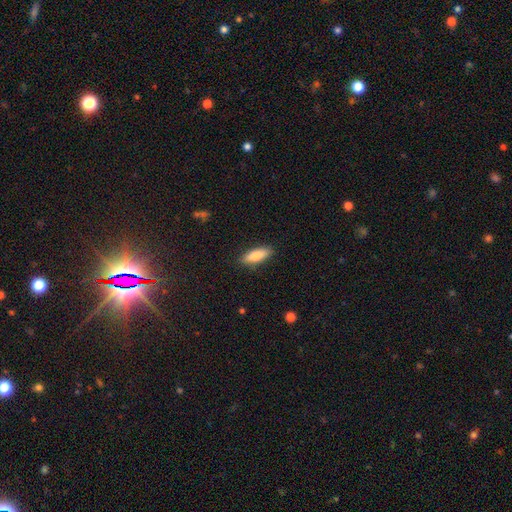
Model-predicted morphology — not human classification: This appears to be a smooth galaxy with no disk features (81%) that is in between round and cigar-shaped (60%). Merging: none (88%).